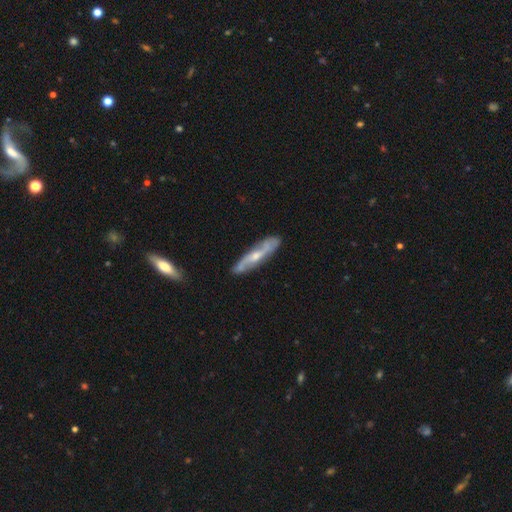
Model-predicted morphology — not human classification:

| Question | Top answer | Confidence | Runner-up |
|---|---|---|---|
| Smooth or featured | featured or disk | 70% | smooth (24%) |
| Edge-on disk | no | 59% | yes (41%) |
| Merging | none | 81% | minor disturbance (14%) |